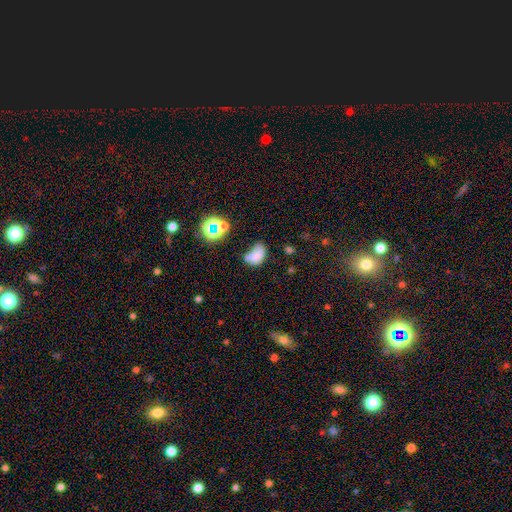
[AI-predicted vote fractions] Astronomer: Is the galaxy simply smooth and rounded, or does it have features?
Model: smooth — 69%.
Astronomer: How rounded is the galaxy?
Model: in between — 84%.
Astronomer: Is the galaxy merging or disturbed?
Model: none — 32% (runner-up: minor disturbance, 29%).